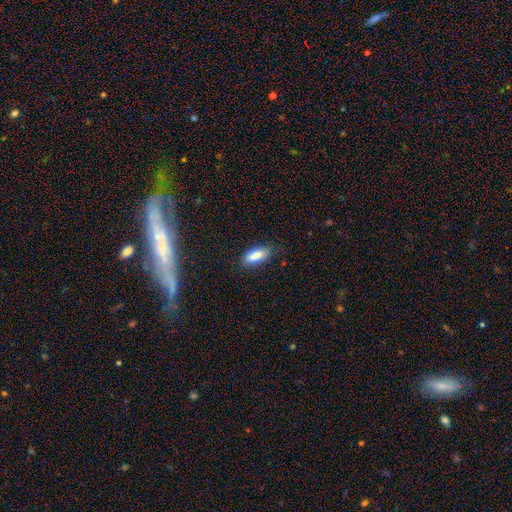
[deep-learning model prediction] Smooth or featured?
  - smooth: 85% *
  - featured or disk: 8%
  - star or artifact: 7%
How rounded?
  - in between: 79% *
  - cigar-shaped: 19%
  - round: 2%
Merging?
  - none: 81% *
  - minor disturbance: 14%
  - major disturbance: 3%
  - merger: 1%